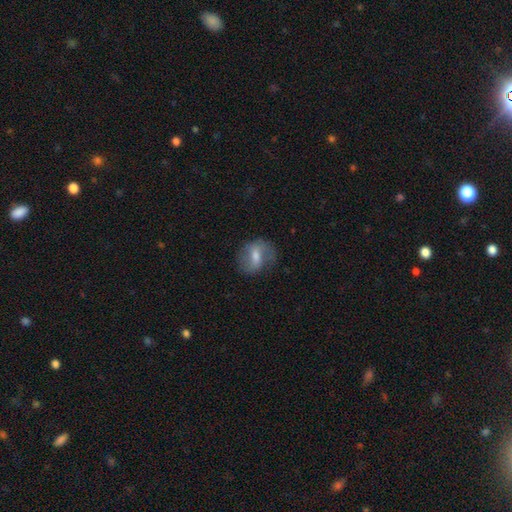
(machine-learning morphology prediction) This appears to be a featured or disk galaxy (51%). Merging: none (67%).